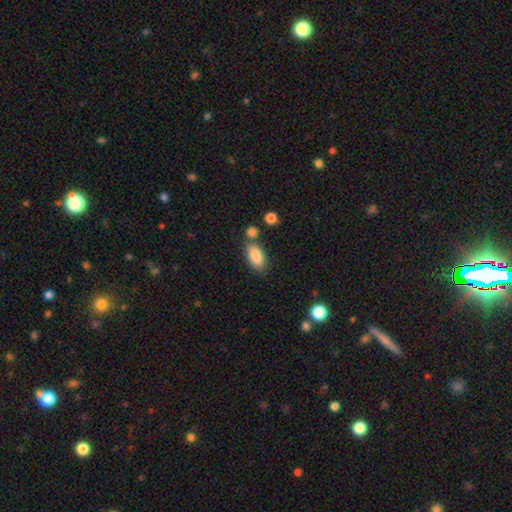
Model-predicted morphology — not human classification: Smooth or featured: smooth — 86% (featured or disk — 7%)
How rounded: in between — 91% (cigar-shaped — 4%)
Merging: none — 67% (merger — 15%)